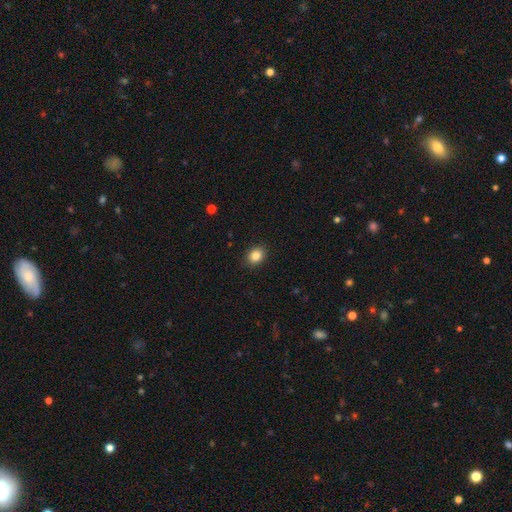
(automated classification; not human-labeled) Q: Smooth or featured?
A: smooth (85%); runner-up: star or artifact (10%)
Q: How rounded?
A: round (58%); runner-up: in between (41%)
Q: Merging?
A: none (90%); runner-up: minor disturbance (7%)